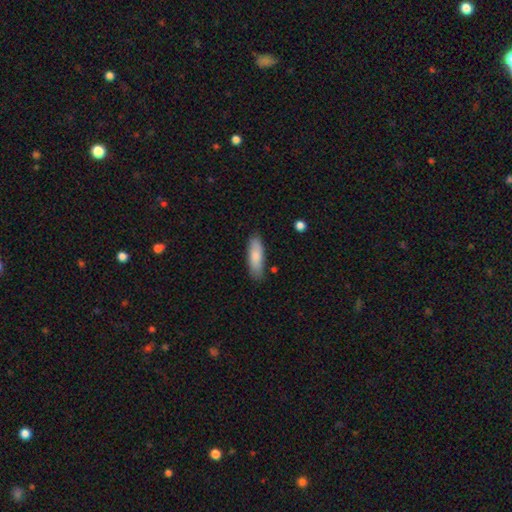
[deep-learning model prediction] Overall: smooth (83%). How rounded: in between (57%; cigar-shaped 42%). Merging: none (82%).